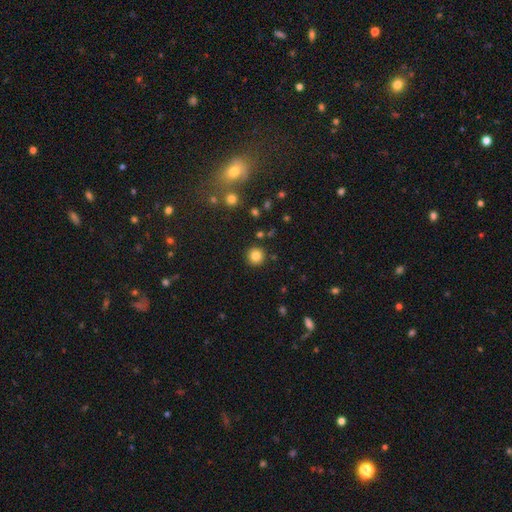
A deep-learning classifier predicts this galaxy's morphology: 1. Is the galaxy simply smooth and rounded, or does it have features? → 84% smooth, 11% star or artifact, 5% featured or disk.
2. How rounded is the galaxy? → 95% round, 5% in between, 1% cigar-shaped.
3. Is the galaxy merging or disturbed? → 90% none, 5% minor disturbance, 2% merger, 2% major disturbance.